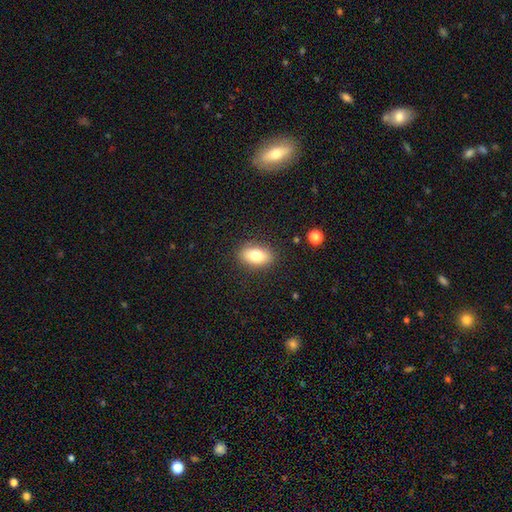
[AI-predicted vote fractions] smooth 77%, featured or disk 15%, star or artifact 8%. Down the decision tree: how rounded — in between (87%); merging — none (87%).